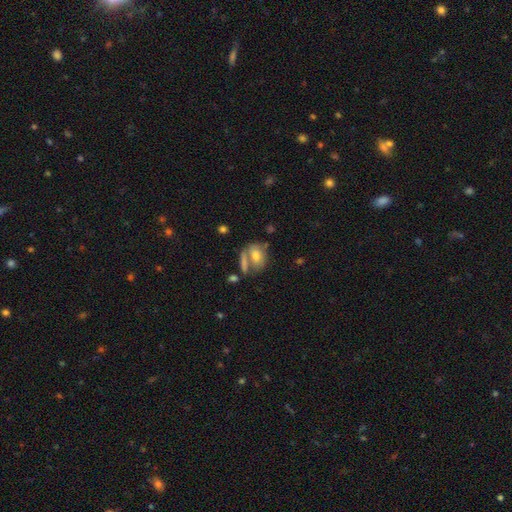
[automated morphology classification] Smooth or featured? Predicted: smooth (p=0.67). How rounded? Predicted: in between (p=0.69). Merging? Predicted: none (p=0.43).